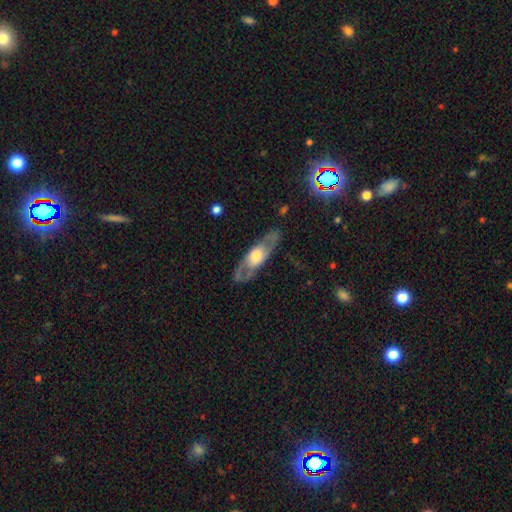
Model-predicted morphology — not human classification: Smooth or featured?
  - featured or disk: 65% *
  - smooth: 30%
  - star or artifact: 5%
Edge-on disk?
  - no: 65% *
  - yes: 35%
Merging?
  - none: 78% *
  - minor disturbance: 14%
  - major disturbance: 7%
  - merger: 2%